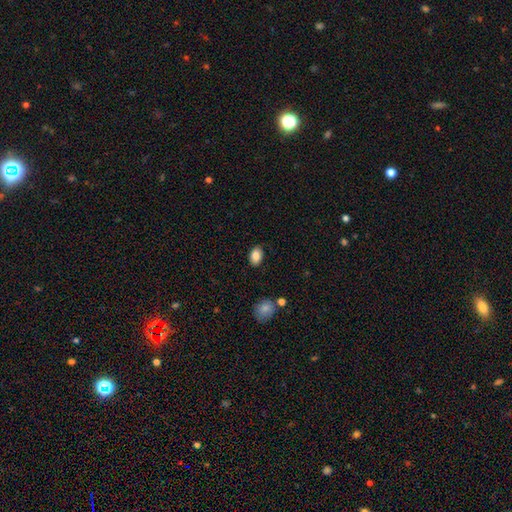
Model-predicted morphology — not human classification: Smooth or featured? smooth (85%)
How rounded? in between (87%)
Merging? none (86%)